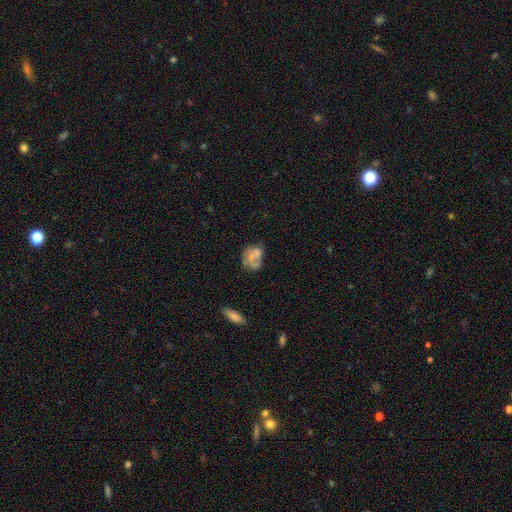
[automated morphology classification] This is possibly a featured or disk galaxy (46%). Merging: marginally none (37%).